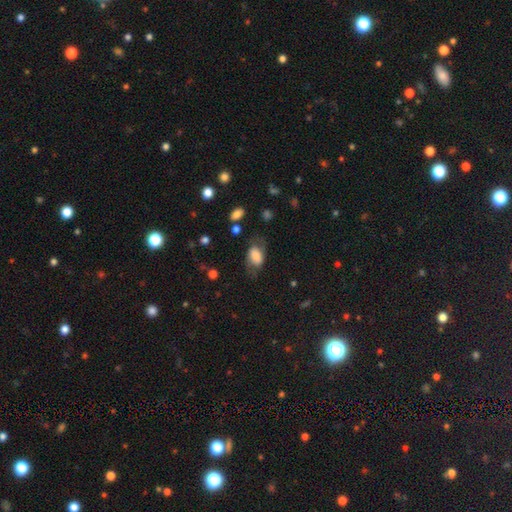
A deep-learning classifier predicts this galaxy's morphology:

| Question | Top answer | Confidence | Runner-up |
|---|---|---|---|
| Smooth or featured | smooth | 56% | featured or disk (36%) |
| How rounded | in between | 86% | round (11%) |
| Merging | none | 59% | minor disturbance (22%) |